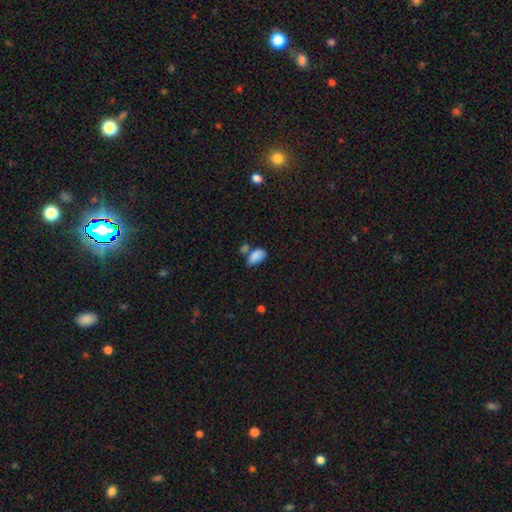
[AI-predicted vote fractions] smooth-or-featured: smooth: 85% | star or artifact: 8% | featured or disk: 7%
  how-rounded: in between: 93% | round: 5% | cigar-shaped: 2%
  merging: none: 42% | merger: 31% | minor disturbance: 20% | major disturbance: 7%